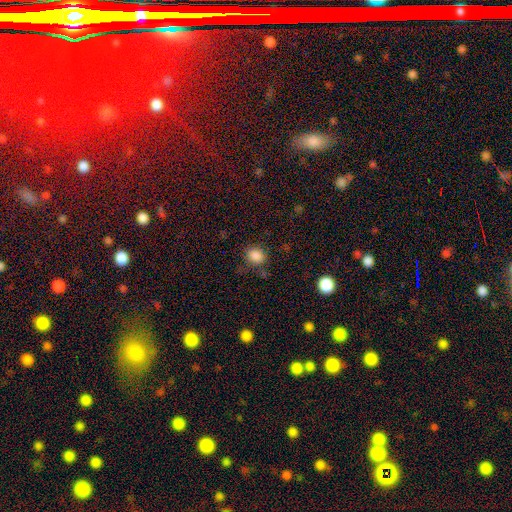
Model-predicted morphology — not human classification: Smooth or featured: smooth — 85% (star or artifact — 11%)
How rounded: round — 59% (in between — 40%)
Merging: none — 73% (minor disturbance — 17%)